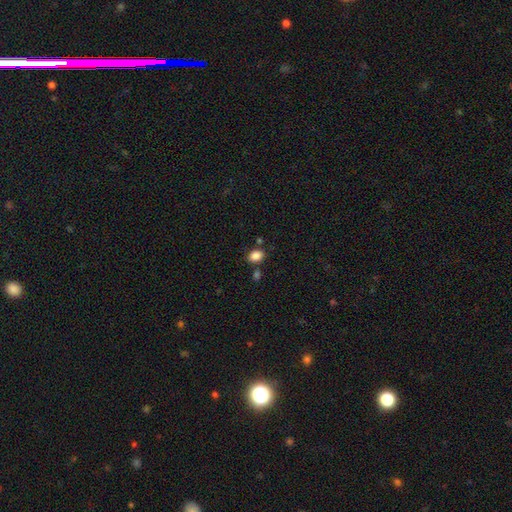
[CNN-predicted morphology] smooth-or-featured: smooth: 86% | star or artifact: 10% | featured or disk: 4%
  how-rounded: in between: 69% | round: 30% | cigar-shaped: 1%
  merging: none: 76% | minor disturbance: 12% | merger: 9% | major disturbance: 3%